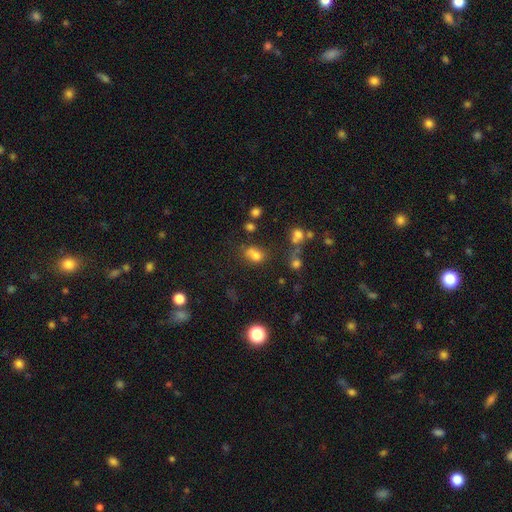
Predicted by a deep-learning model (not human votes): Smooth or featured?
  - smooth: 72% *
  - star or artifact: 18%
  - featured or disk: 11%
How rounded?
  - in between: 61% *
  - round: 37%
  - cigar-shaped: 2%
Merging?
  - none: 49% *
  - merger: 22%
  - minor disturbance: 19%
  - major disturbance: 9%